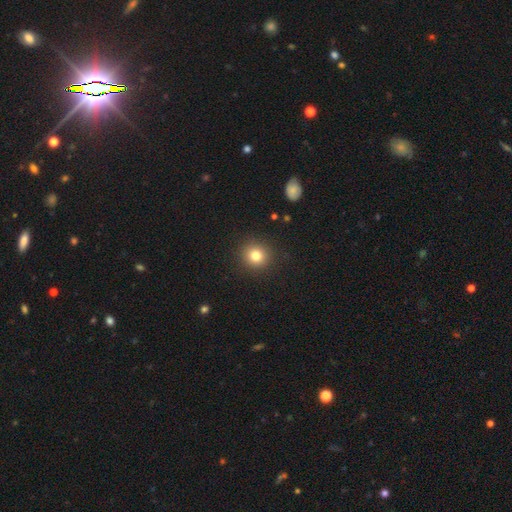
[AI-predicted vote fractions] Morphology: type=smooth (81%); roundness=round (91%); merging=none (91%).